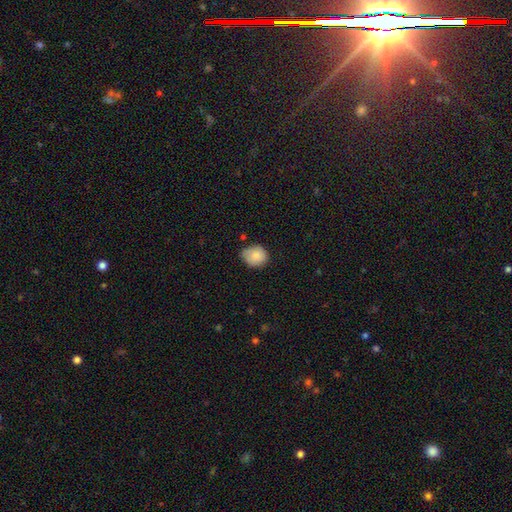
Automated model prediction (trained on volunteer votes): This appears to be a smooth galaxy with no disk features (85%) that is round (66%). Merging: none (63%).